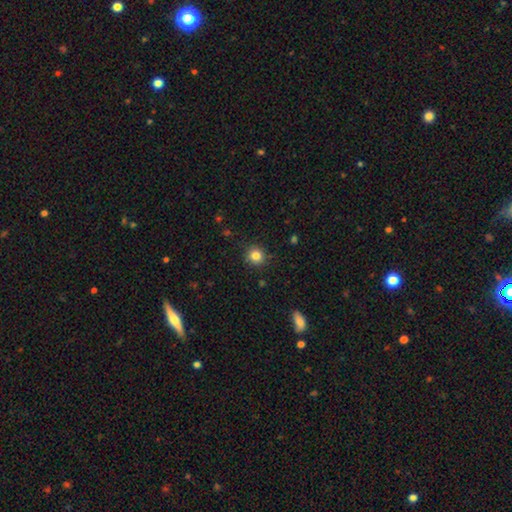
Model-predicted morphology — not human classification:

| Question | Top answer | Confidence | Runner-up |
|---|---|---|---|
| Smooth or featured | smooth | 84% | star or artifact (11%) |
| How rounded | round | 91% | in between (8%) |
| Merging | none | 89% | minor disturbance (8%) |